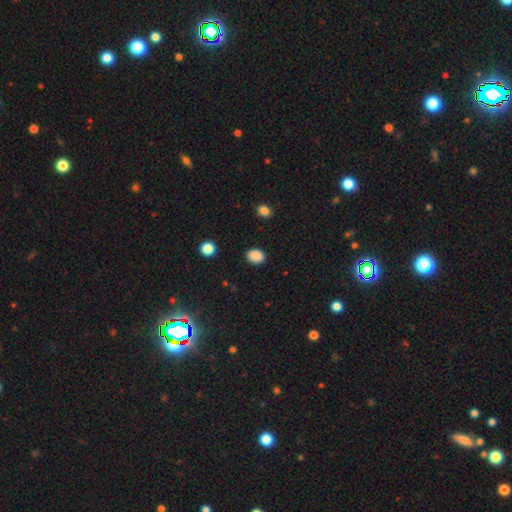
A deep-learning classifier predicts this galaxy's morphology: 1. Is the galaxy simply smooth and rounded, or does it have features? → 87% smooth, 10% star or artifact, 3% featured or disk.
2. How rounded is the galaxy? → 64% in between, 35% round, 1% cigar-shaped.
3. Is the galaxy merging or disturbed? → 88% none, 8% minor disturbance, 2% major disturbance, 1% merger.